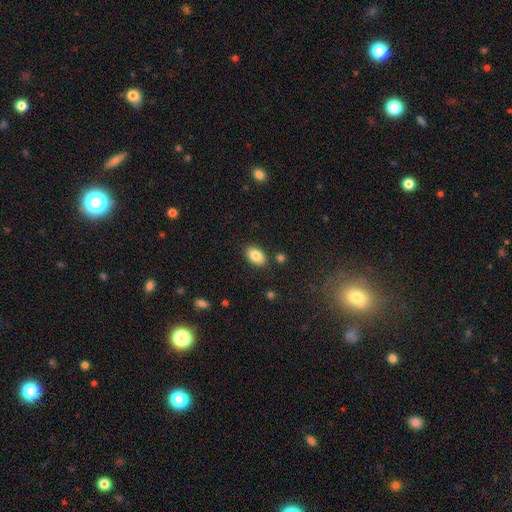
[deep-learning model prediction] This appears to be a smooth galaxy with no disk features (85%) that is in between round and cigar-shaped (91%). Merging: none (85%).